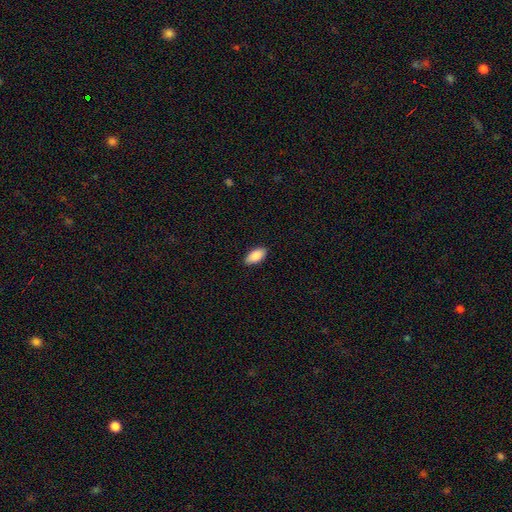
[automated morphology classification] A smooth galaxy with no disk features (88%) that is in between round and cigar-shaped (92%).

Vote fractions:
- Smooth or featured? smooth: 88% / star or artifact: 6% / featured or disk: 6%
- How rounded? in between: 92% / cigar-shaped: 5% / round: 2%
- Merging? none: 88% / minor disturbance: 9% / major disturbance: 2% / merger: 1%